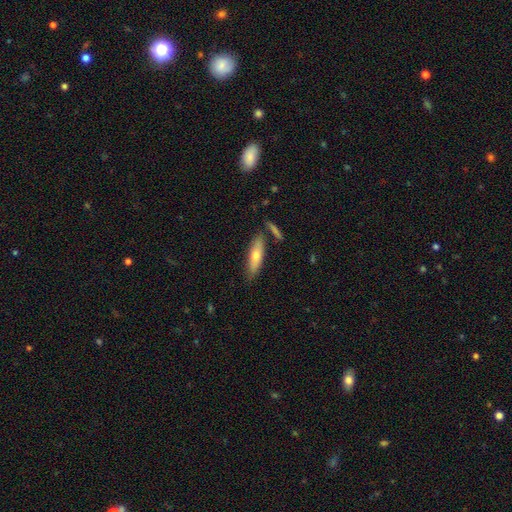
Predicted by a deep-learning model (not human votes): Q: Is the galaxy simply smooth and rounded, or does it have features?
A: smooth — 63%.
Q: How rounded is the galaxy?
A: cigar-shaped — 62%.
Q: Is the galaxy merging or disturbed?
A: none — 78%.